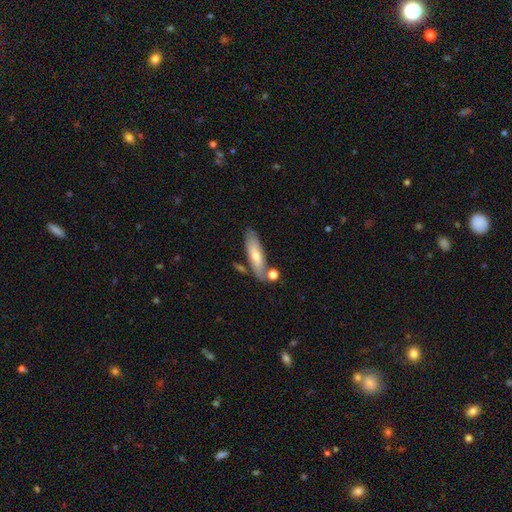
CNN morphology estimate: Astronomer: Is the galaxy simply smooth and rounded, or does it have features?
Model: smooth — 62%.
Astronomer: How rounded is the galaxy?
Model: cigar-shaped — 57% (runner-up: in between, 41%).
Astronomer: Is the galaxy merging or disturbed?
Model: none — 68%.